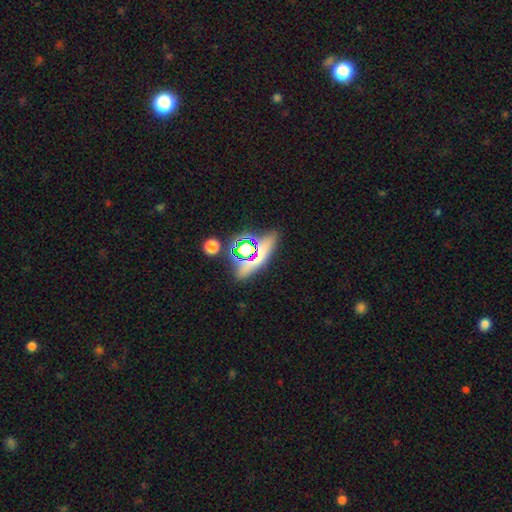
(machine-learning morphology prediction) Q: Smooth or featured?
A: star or artifact (47%); runner-up: smooth (36%)